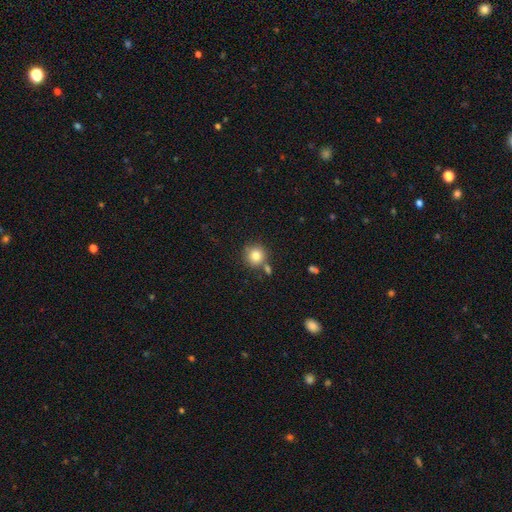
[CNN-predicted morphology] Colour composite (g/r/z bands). It shows a smooth galaxy with no disk features (82%) that is round (91%). Merging: none (73%).